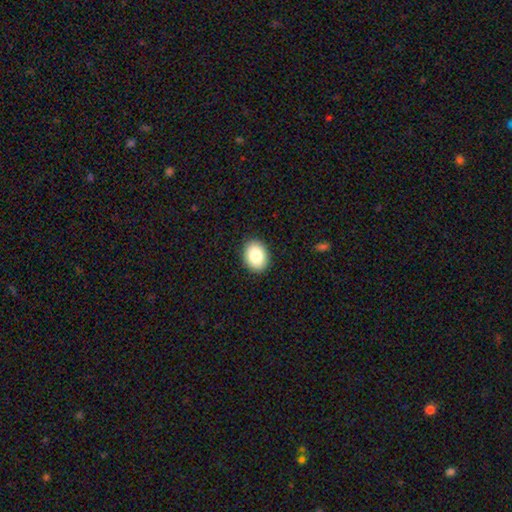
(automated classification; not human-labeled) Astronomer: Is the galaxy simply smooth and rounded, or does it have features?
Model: smooth — 85%.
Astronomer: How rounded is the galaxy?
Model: in between — 64%.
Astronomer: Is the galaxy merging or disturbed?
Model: none — 90%.